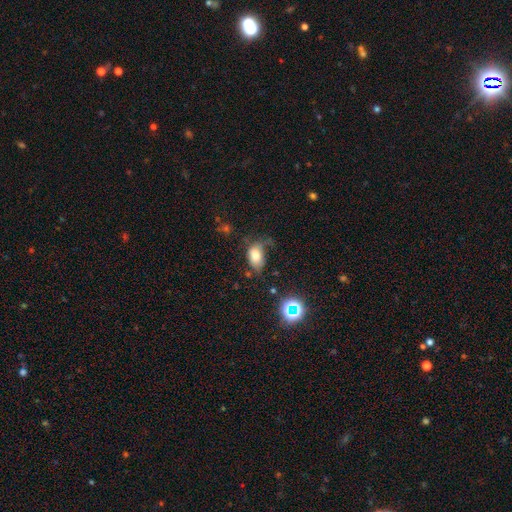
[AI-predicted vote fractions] The model was most divided on "merging": none: 44%, minor disturbance: 30%, major disturbance: 21%, merger: 5%. More confident: how rounded — in between (84%); smooth or featured — smooth (74%).